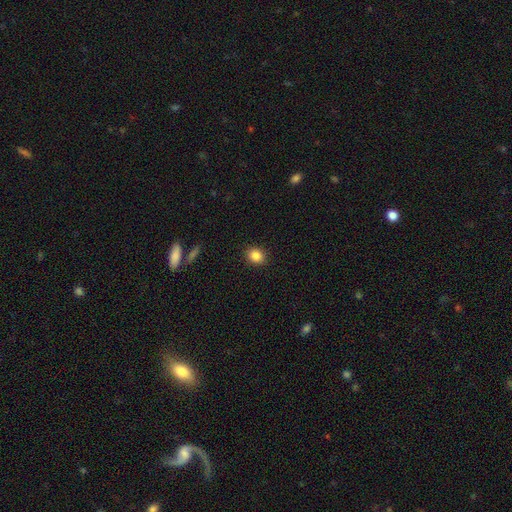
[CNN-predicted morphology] type=smooth (85%); roundness=round (60%); merging=none (90%).